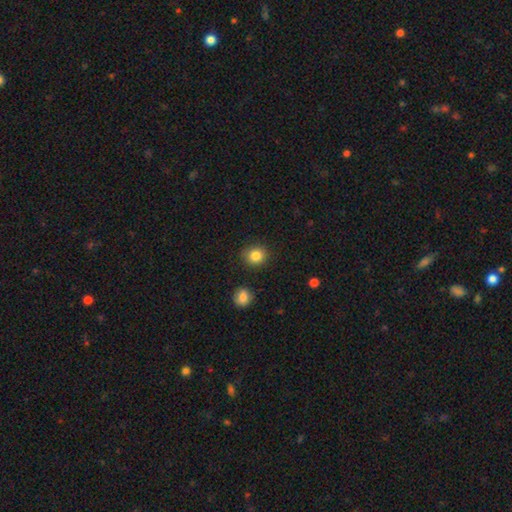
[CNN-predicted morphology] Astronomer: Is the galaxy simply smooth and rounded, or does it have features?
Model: smooth — 85%.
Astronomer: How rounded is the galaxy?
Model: round — 82%.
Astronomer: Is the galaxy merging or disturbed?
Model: none — 87%.